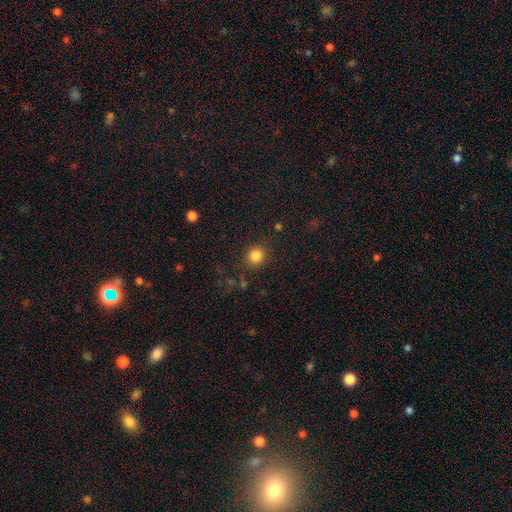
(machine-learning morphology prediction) This is clearly a smooth galaxy (84%). How rounded: clearly round (89%). Merging: clearly none (86%).